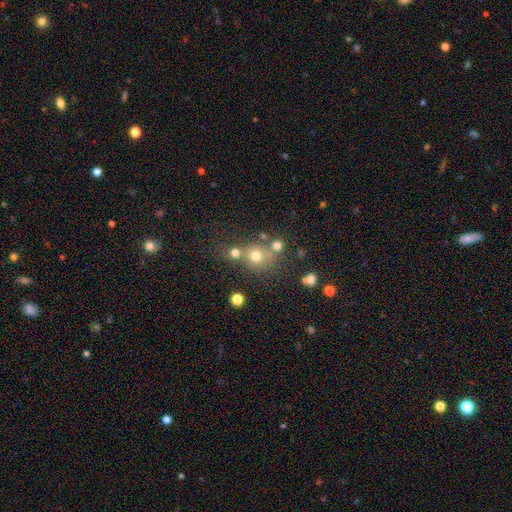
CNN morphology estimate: smooth 68%, star or artifact 20%, featured or disk 13%. Down the decision tree: how rounded — round (85%); merging — none (58%).